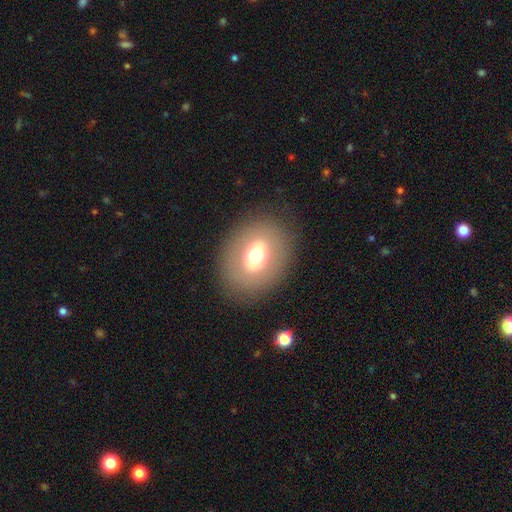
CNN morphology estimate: Smooth or featured? Predicted: smooth (p=0.59). How rounded? Predicted: in between (p=0.51). Merging? Predicted: none (p=0.84).